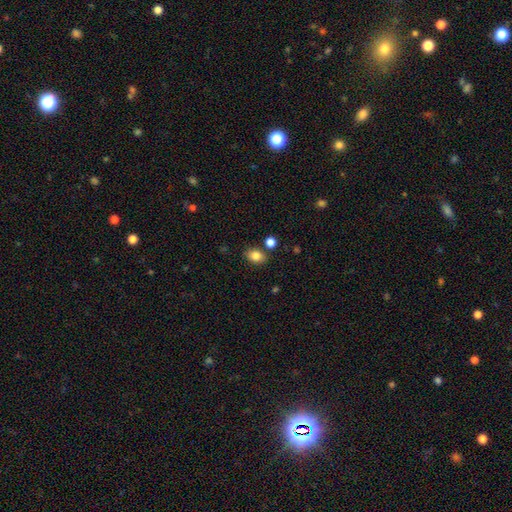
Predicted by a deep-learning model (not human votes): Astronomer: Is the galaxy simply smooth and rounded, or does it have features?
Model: smooth — 84%.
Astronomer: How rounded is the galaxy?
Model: in between — 74%.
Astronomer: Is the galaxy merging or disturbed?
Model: none — 80%.